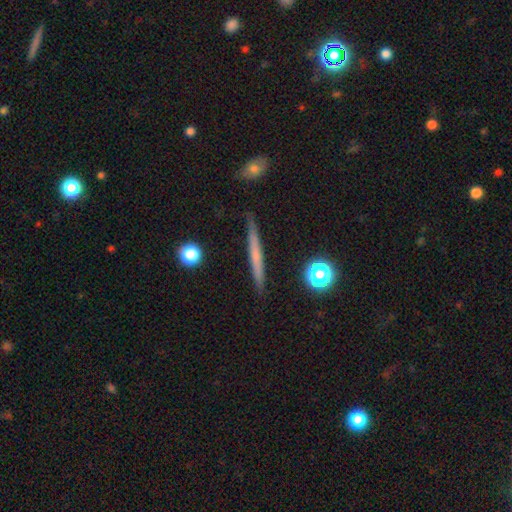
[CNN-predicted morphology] This appears to be a smooth galaxy with no disk features (49%). Merging: none (89%).